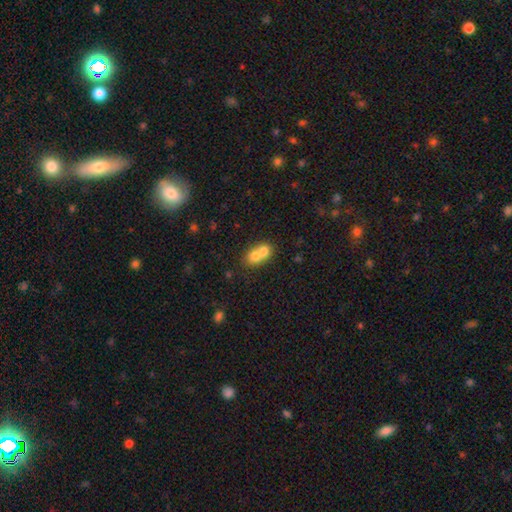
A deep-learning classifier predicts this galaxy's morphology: smooth 71%, featured or disk 19%, star or artifact 9%. Down the decision tree: how rounded — round (60%); merging — merger (74%).